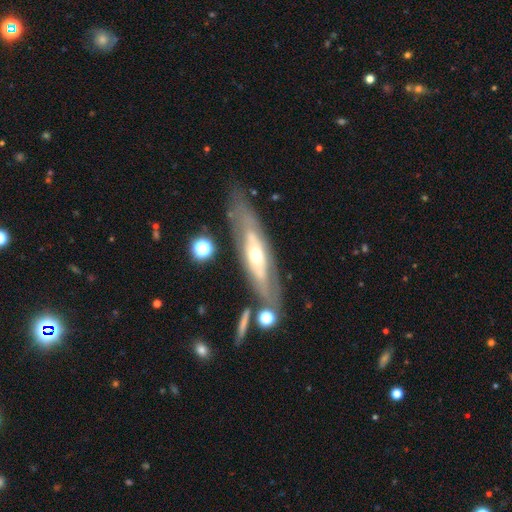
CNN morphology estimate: smooth-or-featured: featured or disk: 69% | smooth: 24% | star or artifact: 6%
  disk-edge-on: no: 61% | yes: 39%
  merging: none: 75% | minor disturbance: 14% | major disturbance: 6% | merger: 5%